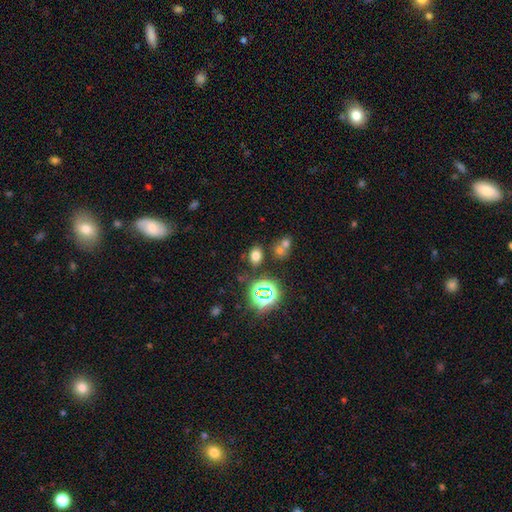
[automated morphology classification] smooth 67%, star or artifact 25%, featured or disk 8%. Down the decision tree: how rounded — in between (69%); merging — none (72%).